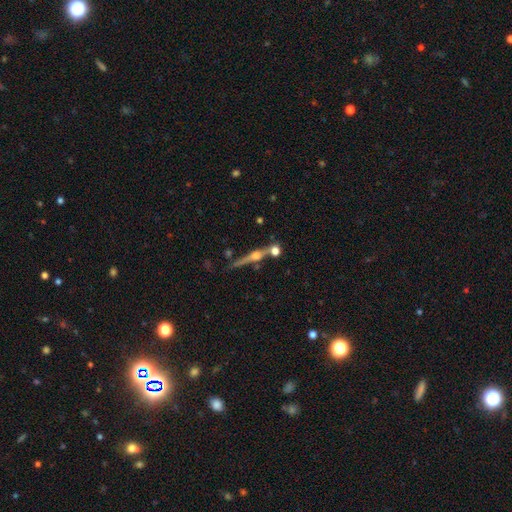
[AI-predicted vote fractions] Smooth or featured? featured or disk (76%)
Edge-on disk? yes (96%)
Edge-on bulge? rounded (91%)
Merging? none (72%)